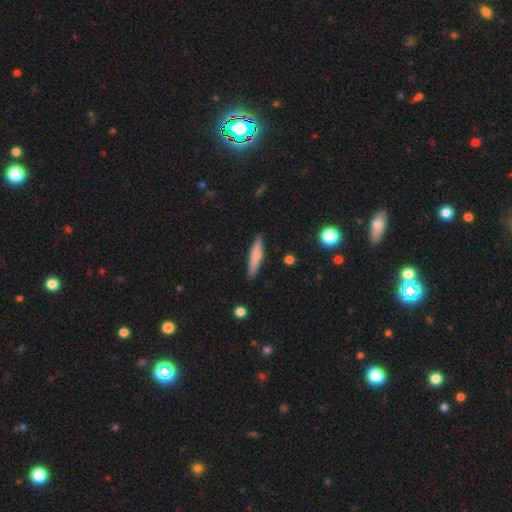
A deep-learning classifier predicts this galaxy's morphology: The model was most divided on "smooth or featured": smooth: 75%, featured or disk: 19%, star or artifact: 6%. More confident: merging — none (88%); how rounded — cigar-shaped (86%).